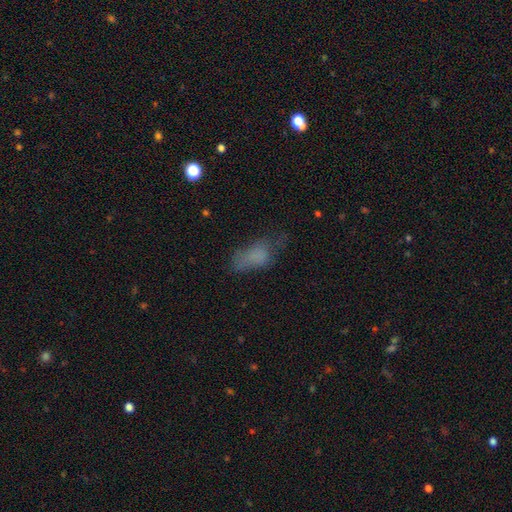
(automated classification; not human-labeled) Smooth or featured? smooth (68%)
How rounded? in between (82%)
Merging? none (40%)